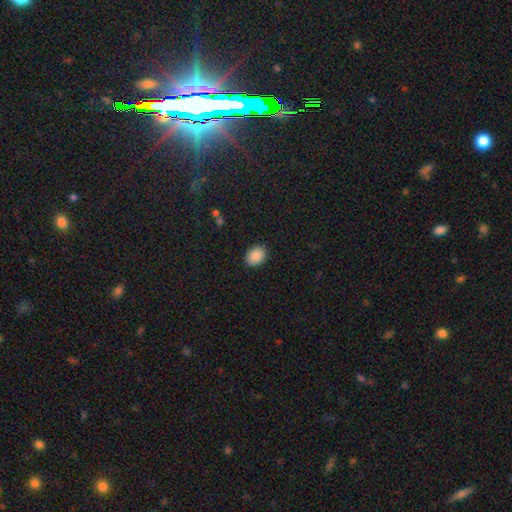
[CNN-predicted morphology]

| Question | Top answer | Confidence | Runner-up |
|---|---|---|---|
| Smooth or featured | smooth | 89% | star or artifact (8%) |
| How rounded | in between | 68% | round (31%) |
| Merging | none | 89% | minor disturbance (8%) |